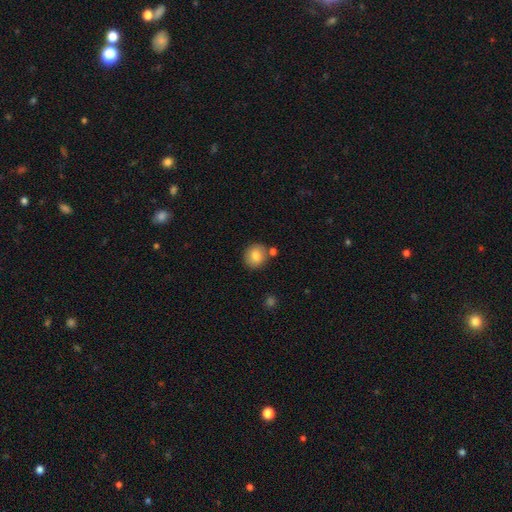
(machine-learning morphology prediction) Overall: smooth (82%). How rounded: round (84%). Merging: none (79%).